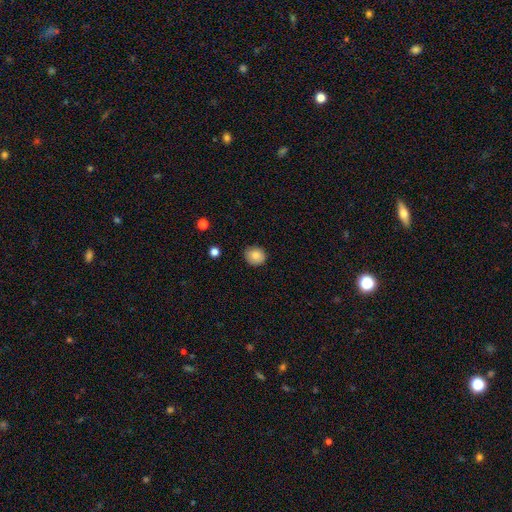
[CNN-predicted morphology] A smooth galaxy with no disk features (85%) that is round (75%). Merging: none (87%).